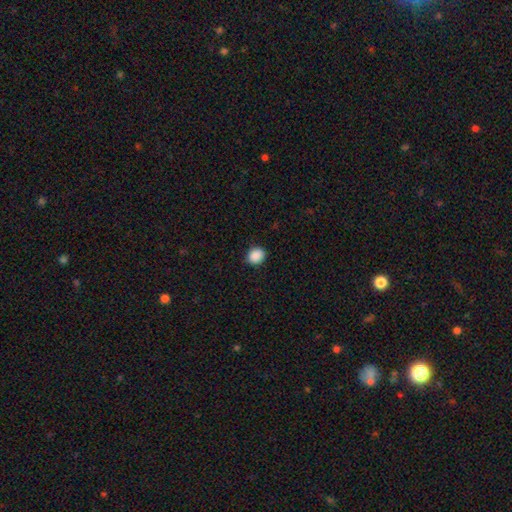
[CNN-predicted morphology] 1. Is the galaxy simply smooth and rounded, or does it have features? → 90% smooth, 8% star or artifact, 2% featured or disk.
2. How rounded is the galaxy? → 63% round, 36% in between, 1% cigar-shaped.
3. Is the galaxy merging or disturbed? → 88% none, 9% minor disturbance, 2% major disturbance, 1% merger.